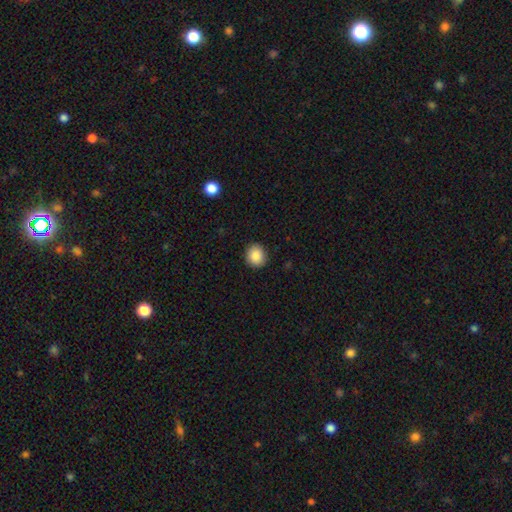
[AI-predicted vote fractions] Morphology: type=smooth (88%); roundness=round (81%); merging=none (90%).